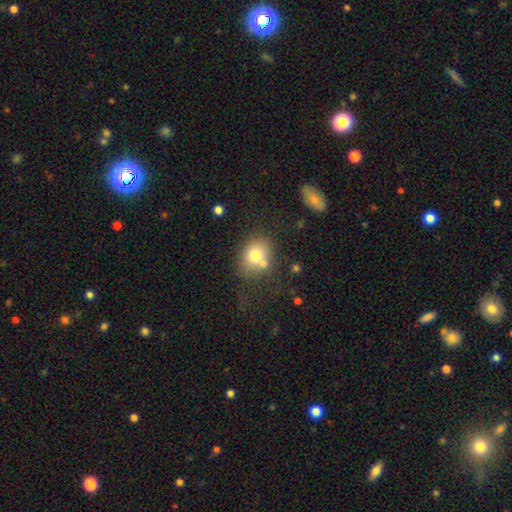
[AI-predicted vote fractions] Smooth or featured?
  - smooth: 74% *
  - featured or disk: 15%
  - star or artifact: 10%
How rounded?
  - round: 60% *
  - in between: 39%
  - cigar-shaped: 1%
Merging?
  - none: 54% *
  - merger: 21%
  - minor disturbance: 17%
  - major disturbance: 8%